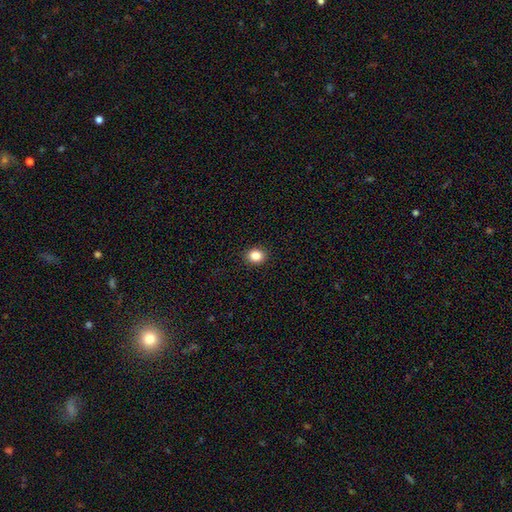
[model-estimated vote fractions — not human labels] Overall: smooth (85%). How rounded: round (70%). Merging: none (92%).